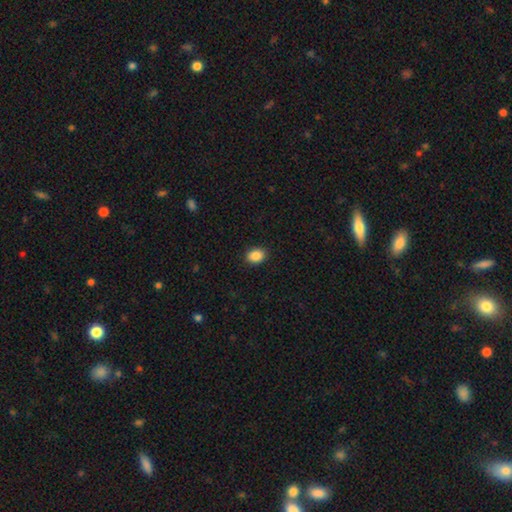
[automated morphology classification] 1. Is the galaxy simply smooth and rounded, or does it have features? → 88% smooth, 8% star or artifact, 3% featured or disk.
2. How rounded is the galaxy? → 73% in between, 26% round, 1% cigar-shaped.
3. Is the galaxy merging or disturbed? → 90% none, 7% minor disturbance, 2% major disturbance, 1% merger.